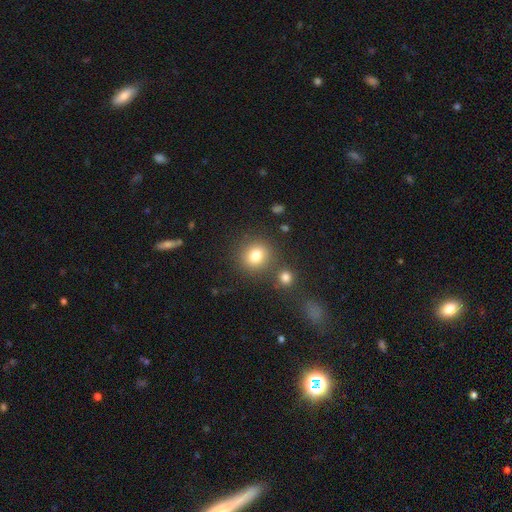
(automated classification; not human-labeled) Smooth or featured? smooth (79%)
How rounded? round (82%)
Merging? none (77%)